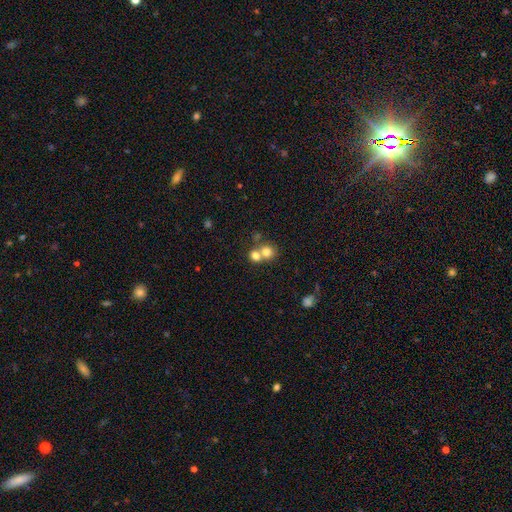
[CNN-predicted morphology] Smooth or featured: smooth — 75% (featured or disk — 13%)
How rounded: round — 81% (in between — 18%)
Merging: merger — 56% (none — 36%)